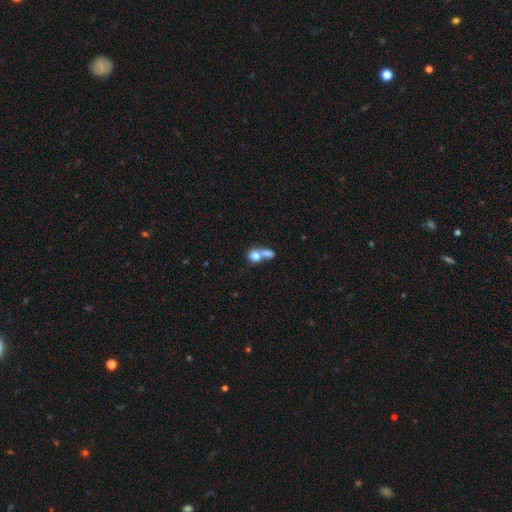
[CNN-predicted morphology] The model was most divided on "how rounded": round: 68%, in between: 29%, cigar-shaped: 3%. More confident: smooth or featured — smooth (75%); merging — merger (63%).